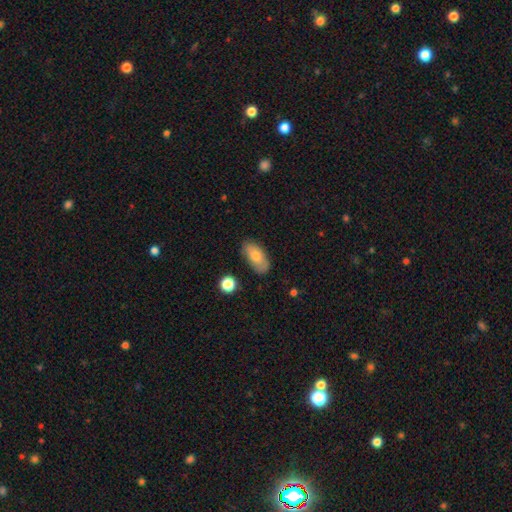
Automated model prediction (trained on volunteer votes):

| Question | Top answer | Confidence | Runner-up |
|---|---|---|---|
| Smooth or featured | smooth | 75% | featured or disk (18%) |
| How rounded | in between | 89% | cigar-shaped (7%) |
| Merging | none | 80% | minor disturbance (15%) |